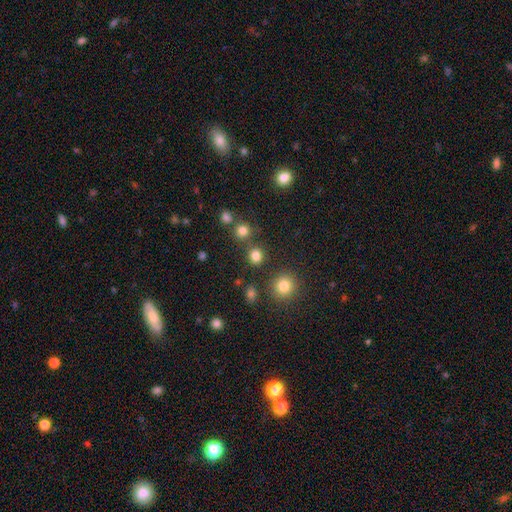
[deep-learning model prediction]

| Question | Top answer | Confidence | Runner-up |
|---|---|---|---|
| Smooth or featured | smooth | 80% | star or artifact (15%) |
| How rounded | round | 86% | in between (13%) |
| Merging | none | 80% | merger (10%) |